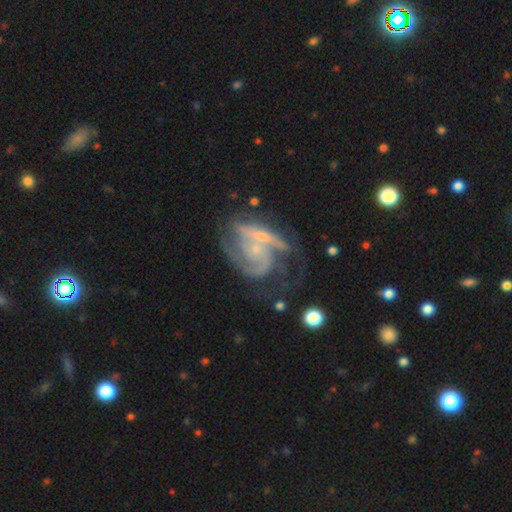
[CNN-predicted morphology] type=featured or disk (86%); edge-on=no (97%); bar=no (62%); spiral arms=yes (94%); winding=tight (47%); arm count=2 (45%); bulge=small (70%); merging=none (37%).